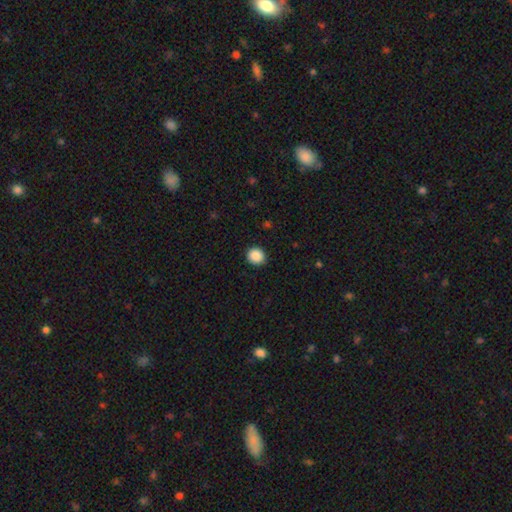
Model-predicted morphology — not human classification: A smooth galaxy with no disk features (89%) that is round (88%).

Vote fractions:
- Smooth or featured? smooth: 89% / star or artifact: 9% / featured or disk: 2%
- How rounded? round: 88% / in between: 11% / cigar-shaped: 1%
- Merging? none: 91% / minor disturbance: 6% / major disturbance: 2% / merger: 1%